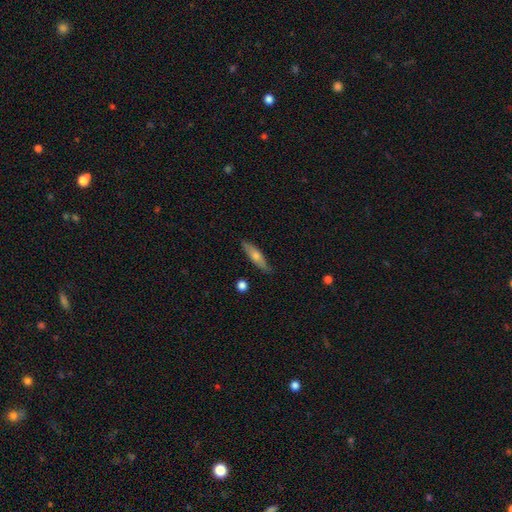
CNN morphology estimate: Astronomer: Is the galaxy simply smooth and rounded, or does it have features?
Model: smooth — 53% (runner-up: featured or disk, 41%).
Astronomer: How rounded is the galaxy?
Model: cigar-shaped — 73%.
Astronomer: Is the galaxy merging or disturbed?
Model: none — 86%.